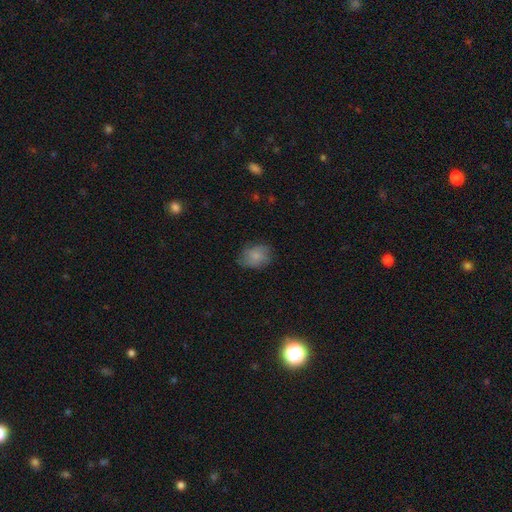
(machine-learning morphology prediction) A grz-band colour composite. It shows a smooth galaxy with no disk features (76%) that is in between round and cigar-shaped (56%). Merging: none (69%).